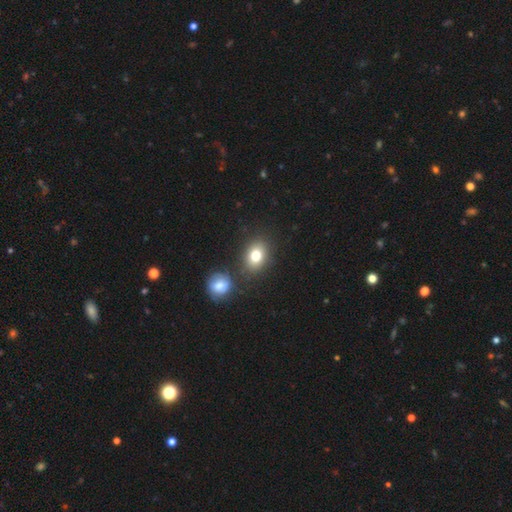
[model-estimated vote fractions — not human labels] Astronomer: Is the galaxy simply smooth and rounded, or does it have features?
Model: smooth — 78%.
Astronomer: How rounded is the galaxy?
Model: in between — 57% (runner-up: round, 42%).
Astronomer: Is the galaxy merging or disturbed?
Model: none — 77%.